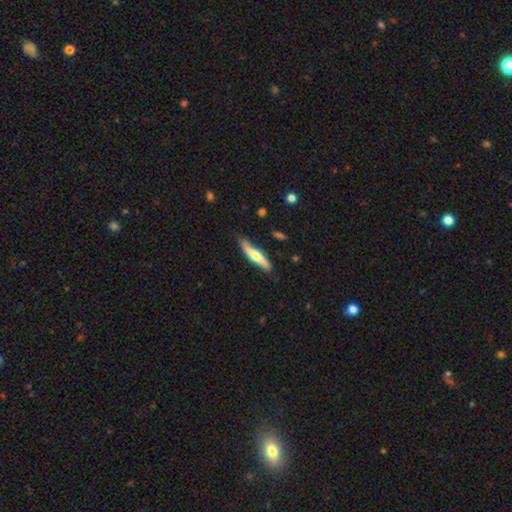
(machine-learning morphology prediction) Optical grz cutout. It shows a featured or disk galaxy (53%) viewed edge-on (86%). Merging: none (78%).